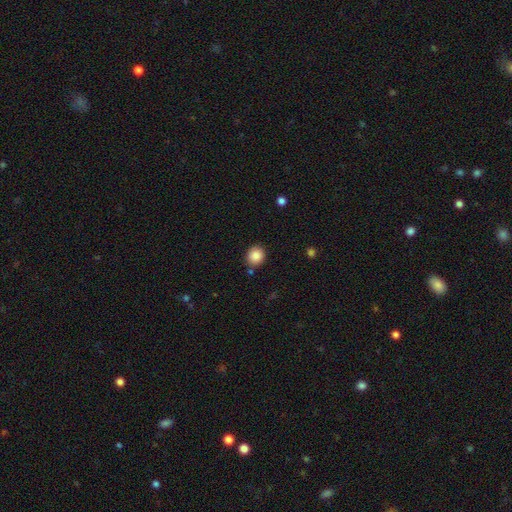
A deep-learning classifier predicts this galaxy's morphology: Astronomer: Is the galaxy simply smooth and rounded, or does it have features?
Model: smooth — 87%.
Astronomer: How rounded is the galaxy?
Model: round — 85%.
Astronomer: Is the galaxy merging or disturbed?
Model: none — 83%.